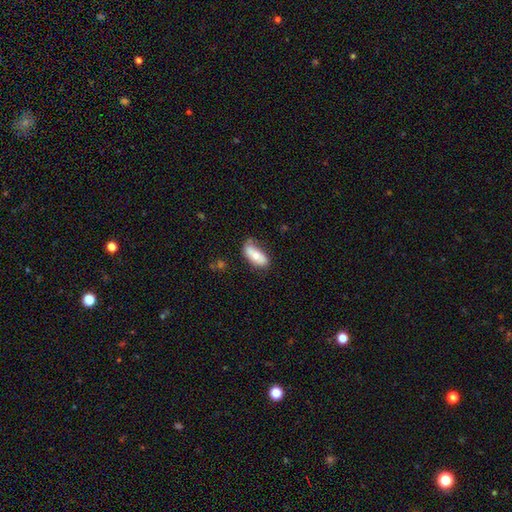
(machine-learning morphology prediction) smooth 66%, featured or disk 27%, star or artifact 6%. Down the decision tree: how rounded — in between (86%); merging — none (64%).